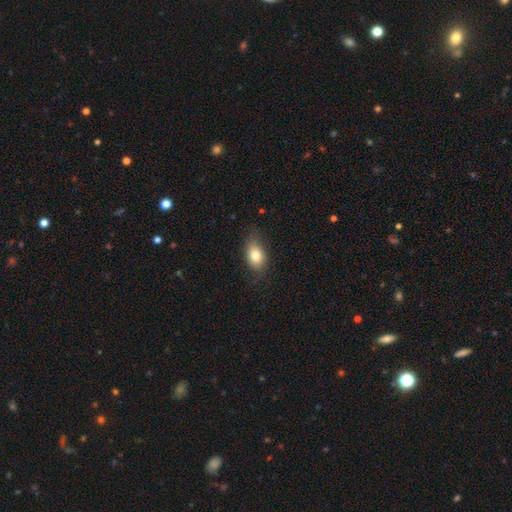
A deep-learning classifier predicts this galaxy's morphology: A smooth galaxy with no disk features (78%) that is in between round and cigar-shaped (82%).

Vote fractions:
- Smooth or featured? smooth: 78% / featured or disk: 14% / star or artifact: 8%
- How rounded? in between: 82% / round: 15% / cigar-shaped: 3%
- Merging? none: 69% / minor disturbance: 23% / major disturbance: 6% / merger: 1%